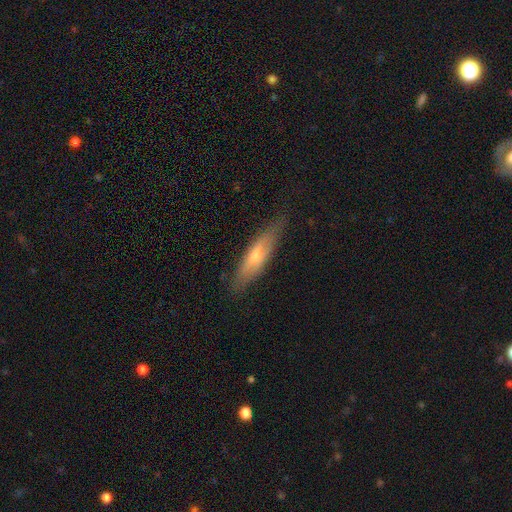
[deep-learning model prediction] smooth-or-featured: featured or disk: 50% | smooth: 43% | star or artifact: 7%
  disk-edge-on: yes: 81% | no: 19%
  merging: none: 80% | minor disturbance: 16% | major disturbance: 3% | merger: 1%